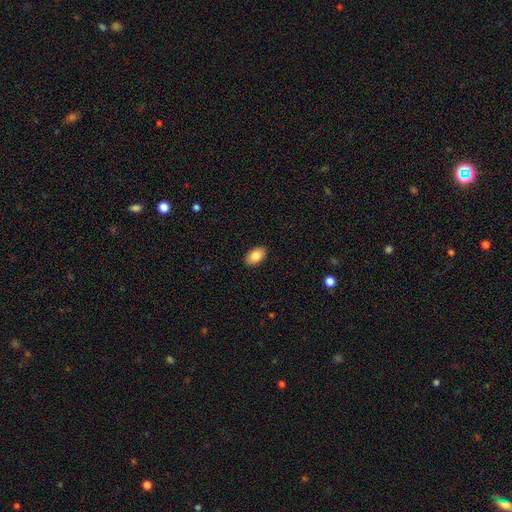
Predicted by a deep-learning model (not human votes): Overall: smooth (84%). How rounded: in between (92%). Merging: none (89%).